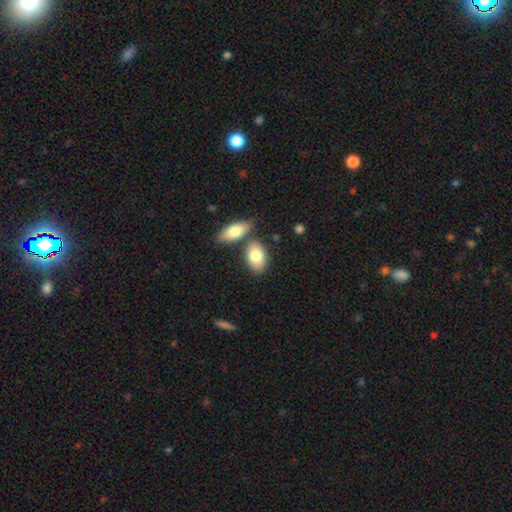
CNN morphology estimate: Smooth or featured: smooth — 81% (featured or disk — 14%)
How rounded: in between — 90% (round — 8%)
Merging: none — 64% (merger — 22%)